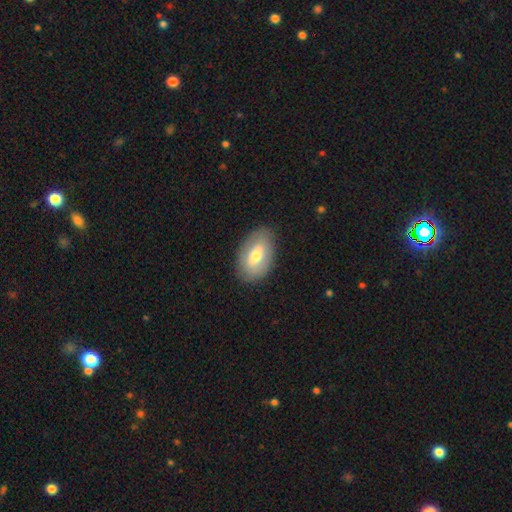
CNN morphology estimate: type=smooth (61%); roundness=in between (91%); merging=none (84%).